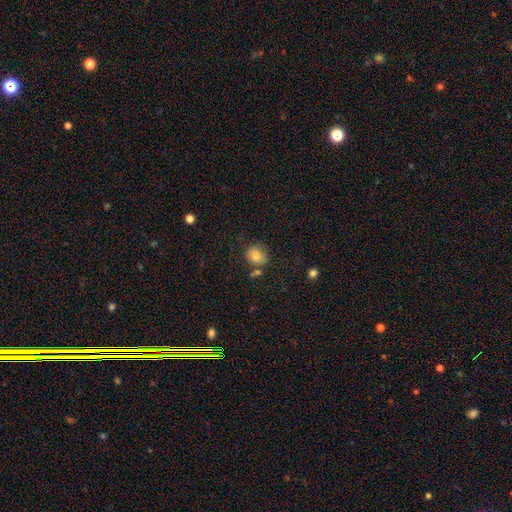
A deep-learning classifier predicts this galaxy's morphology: Smooth or featured?
  - smooth: 82% *
  - star or artifact: 10%
  - featured or disk: 8%
How rounded?
  - round: 58% *
  - in between: 42%
  - cigar-shaped: 1%
Merging?
  - none: 66% *
  - minor disturbance: 18%
  - merger: 11%
  - major disturbance: 5%